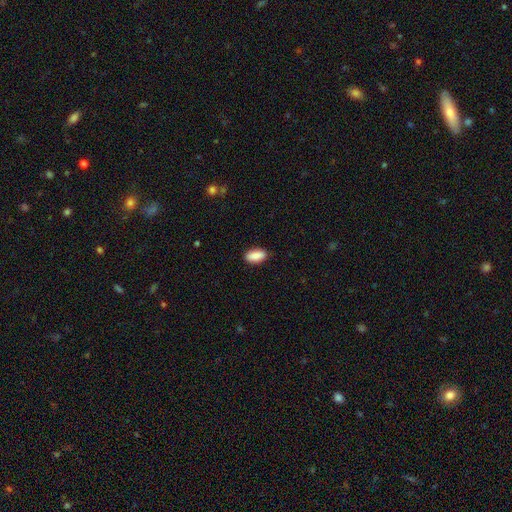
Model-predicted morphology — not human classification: A smooth galaxy with no disk features (90%) that is in between round and cigar-shaped (91%).

Vote fractions:
- Smooth or featured? smooth: 90% / star or artifact: 7% / featured or disk: 4%
- How rounded? in between: 91% / cigar-shaped: 6% / round: 3%
- Merging? none: 88% / minor disturbance: 9% / major disturbance: 2% / merger: 1%